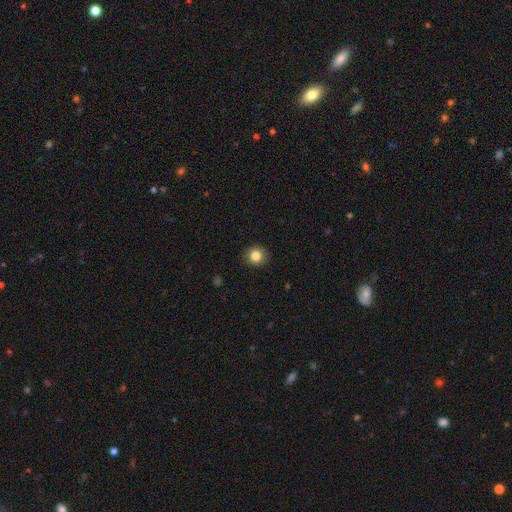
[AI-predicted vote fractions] The model was most divided on "smooth or featured": smooth: 84%, star or artifact: 10%, featured or disk: 6%. More confident: merging — none (90%); how rounded — round (88%).